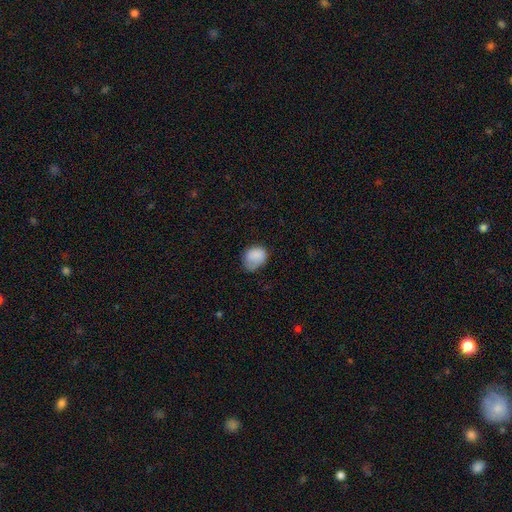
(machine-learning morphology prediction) A smooth galaxy with no disk features (85%) that is in between round and cigar-shaped (53%).

Vote fractions:
- Smooth or featured? smooth: 85% / star or artifact: 9% / featured or disk: 7%
- How rounded? in between: 53% / round: 47% / cigar-shaped: 1%
- Merging? none: 53% / minor disturbance: 35% / major disturbance: 11% / merger: 2%